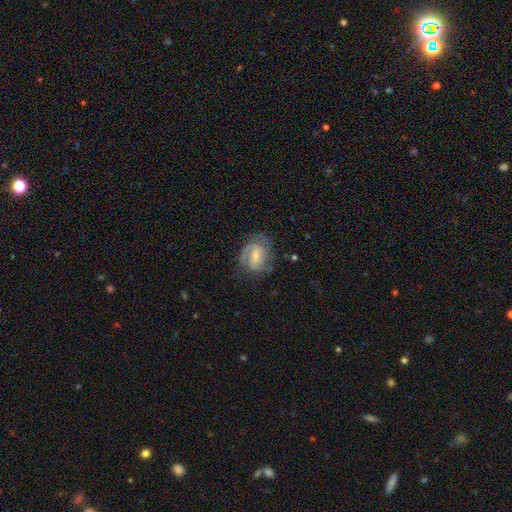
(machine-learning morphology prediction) This appears to be a featured or disk galaxy (73%) with a weak bar (50%), 2 (49%) medium (45%) spiral arms (90%) and a small central bulge (53%). Merging: none (62%).